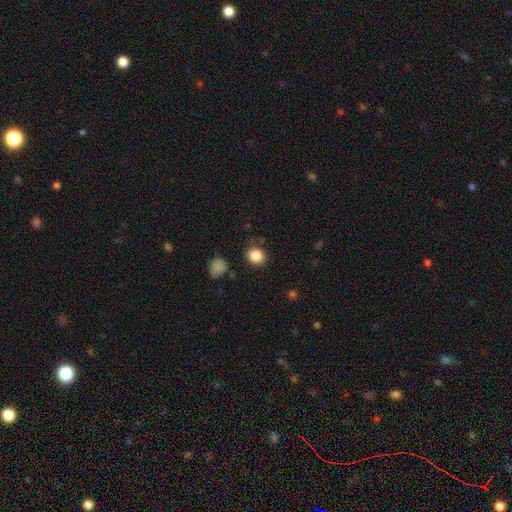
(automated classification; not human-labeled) A smooth galaxy with no disk features (86%) that is round (81%).

Vote fractions:
- Smooth or featured? smooth: 86% / star or artifact: 10% / featured or disk: 4%
- How rounded? round: 81% / in between: 18% / cigar-shaped: 1%
- Merging? none: 82% / minor disturbance: 12% / major disturbance: 4% / merger: 3%